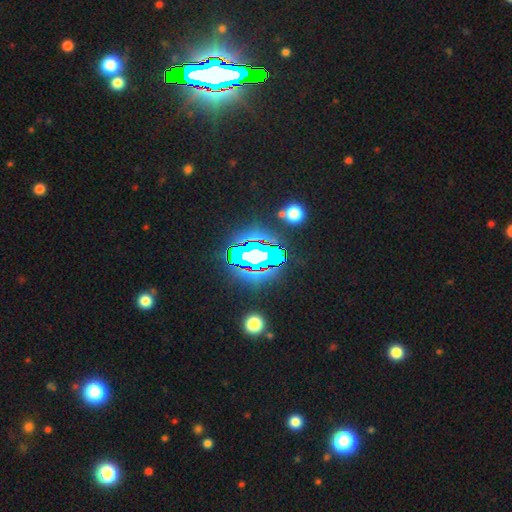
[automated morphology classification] star or artifact 71%, smooth 16%, featured or disk 13%.